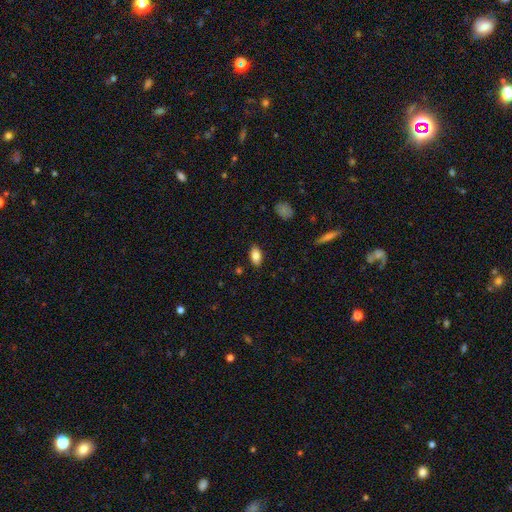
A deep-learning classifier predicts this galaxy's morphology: type=smooth (84%); roundness=in between (91%); merging=none (87%).